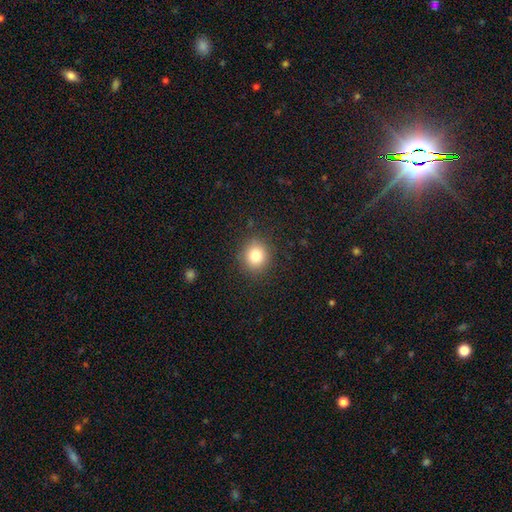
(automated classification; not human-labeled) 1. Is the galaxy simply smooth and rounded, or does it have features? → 81% smooth, 12% star or artifact, 8% featured or disk.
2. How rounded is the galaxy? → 88% round, 11% in between, 1% cigar-shaped.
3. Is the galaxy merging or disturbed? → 89% none, 8% minor disturbance, 3% major disturbance, 1% merger.